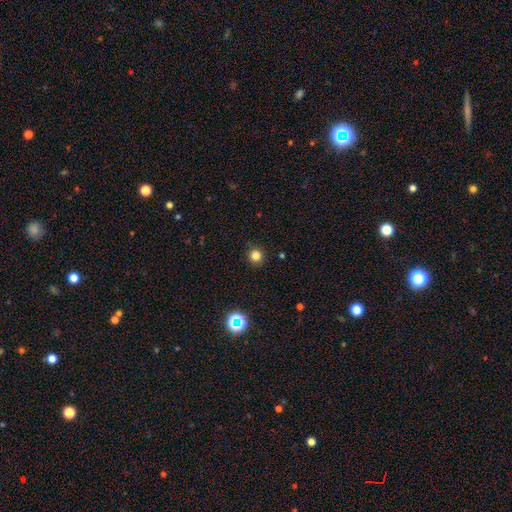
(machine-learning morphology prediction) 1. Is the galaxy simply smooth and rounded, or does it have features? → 80% smooth, 15% star or artifact, 5% featured or disk.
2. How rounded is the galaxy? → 93% round, 6% in between, 1% cigar-shaped.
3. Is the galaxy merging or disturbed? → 90% none, 7% minor disturbance, 2% major disturbance, 1% merger.